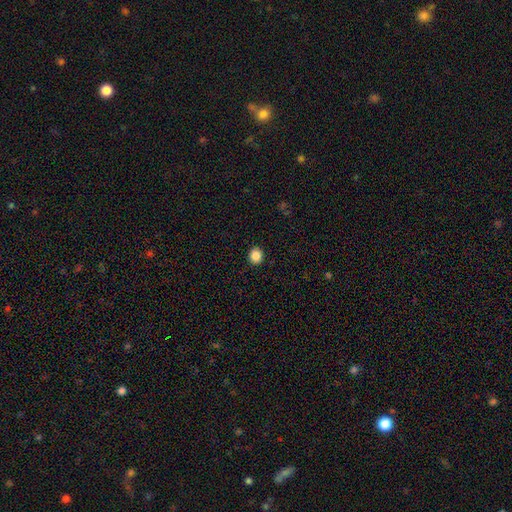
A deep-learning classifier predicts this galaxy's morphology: This appears to be a smooth galaxy with no disk features (87%) that is round (77%). Merging: none (92%).